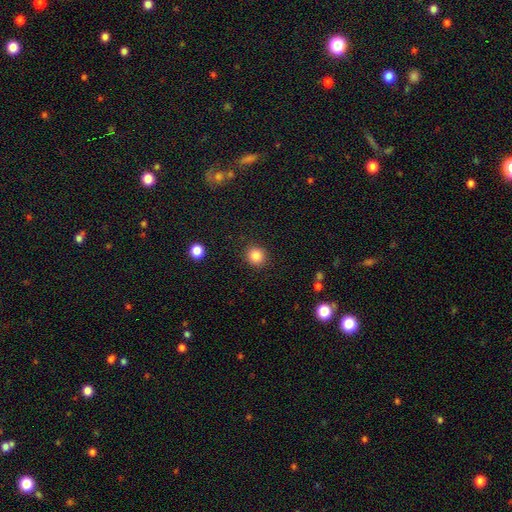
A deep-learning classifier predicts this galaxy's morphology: smooth_or_featured: smooth (p=0.85) [alt: star or artifact p=0.11]
how_rounded: round (p=0.91) [alt: in between p=0.08]
merging: none (p=0.91) [alt: minor disturbance p=0.05]